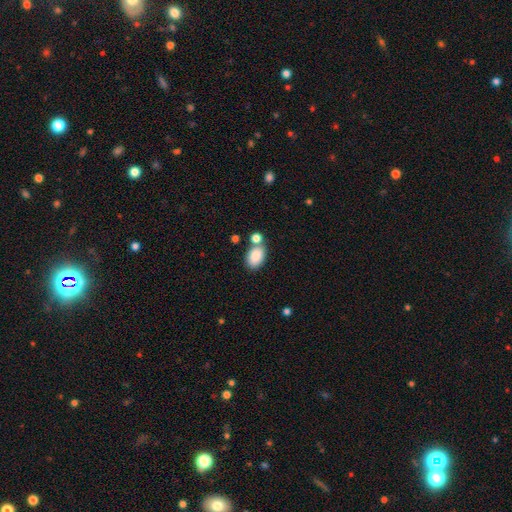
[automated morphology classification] The model was most divided on "merging": none: 61%, merger: 22%, minor disturbance: 13%, major disturbance: 4%. More confident: how rounded — in between (88%); smooth or featured — smooth (86%).